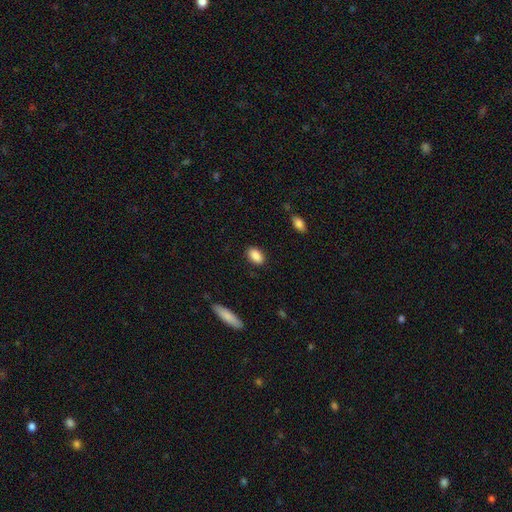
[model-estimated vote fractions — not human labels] Smooth or featured? Predicted: smooth (p=0.89). How rounded? Predicted: in between (p=0.89). Merging? Predicted: none (p=0.87).